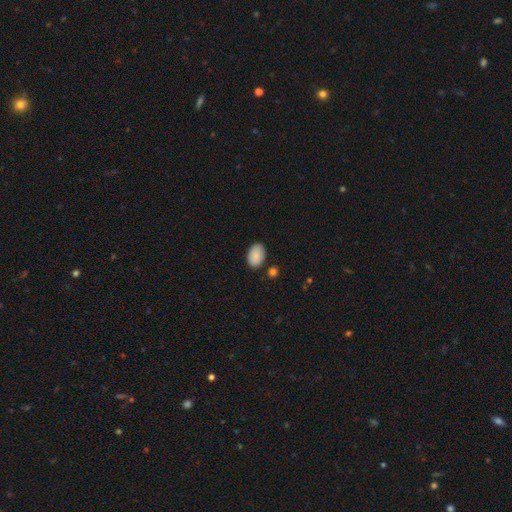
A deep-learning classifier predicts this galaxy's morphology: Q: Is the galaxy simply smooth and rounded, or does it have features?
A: smooth — 90%.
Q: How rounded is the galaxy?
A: in between — 90%.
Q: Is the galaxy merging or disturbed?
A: none — 83%.